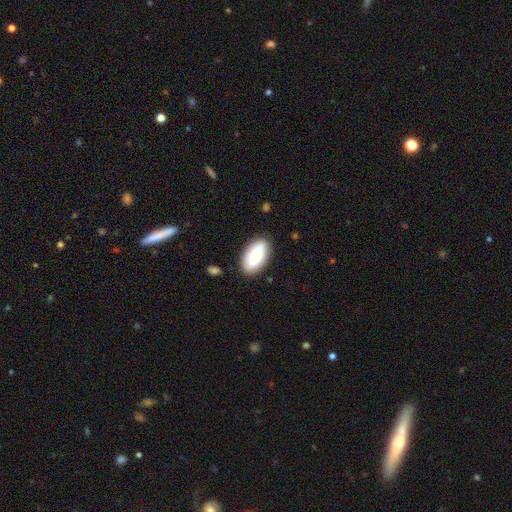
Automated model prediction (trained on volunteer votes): A smooth galaxy with no disk features (68%) that is in between round and cigar-shaped (93%). Merging: none (83%).